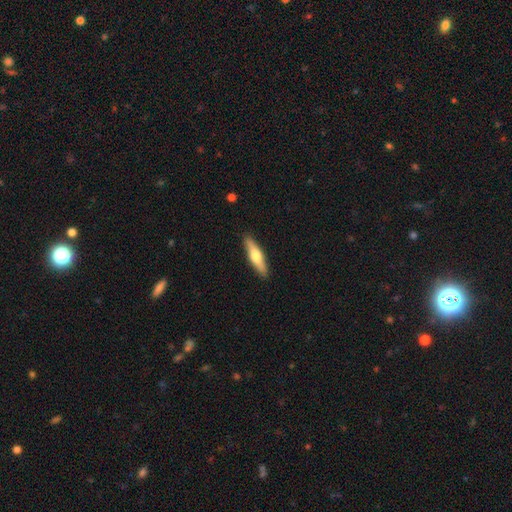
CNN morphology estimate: Q: Smooth or featured?
A: smooth (55%); runner-up: featured or disk (40%)
Q: How rounded?
A: cigar-shaped (76%); runner-up: in between (22%)
Q: Merging?
A: none (90%); runner-up: minor disturbance (7%)